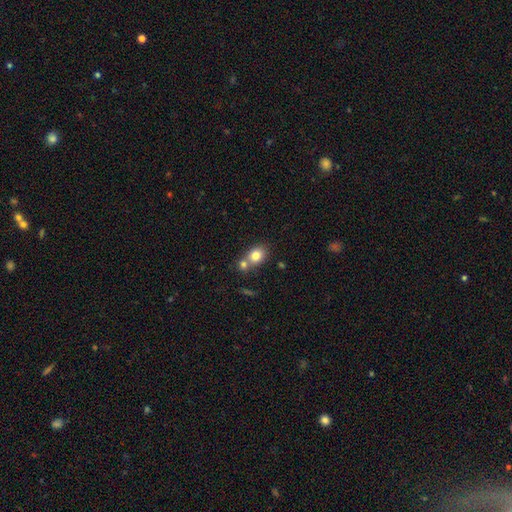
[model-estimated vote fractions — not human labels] Smooth or featured? smooth (79%)
How rounded? round (53%)
Merging? none (46%)